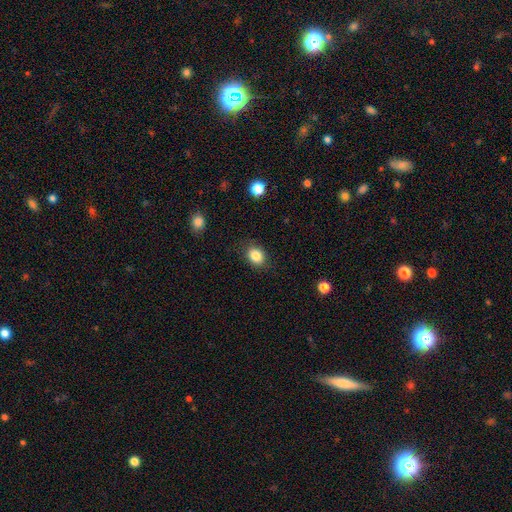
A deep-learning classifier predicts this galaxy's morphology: This is clearly a smooth galaxy (86%). How rounded: possibly in between (58%). Merging: clearly none (84%).